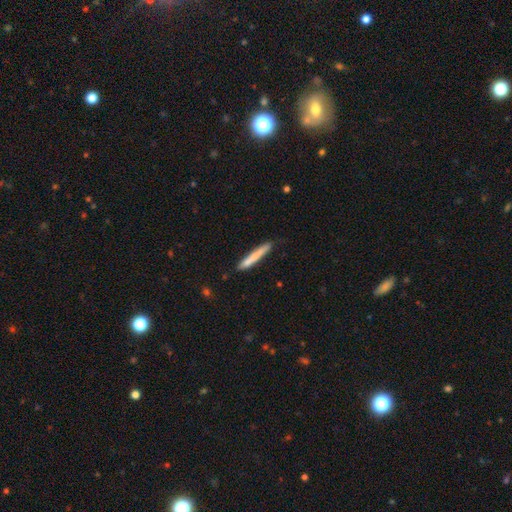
Smooth or featured? smooth (70%)
How rounded? cigar-shaped (100%)
Merging? none (75%)